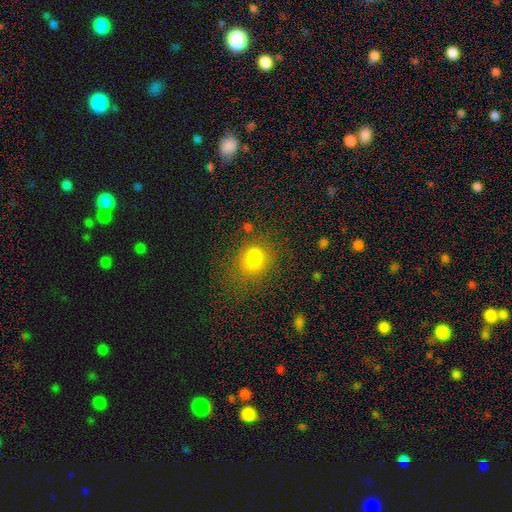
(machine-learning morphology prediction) A smooth galaxy with no disk features (65%) that is round (60%). Merging: none (66%).